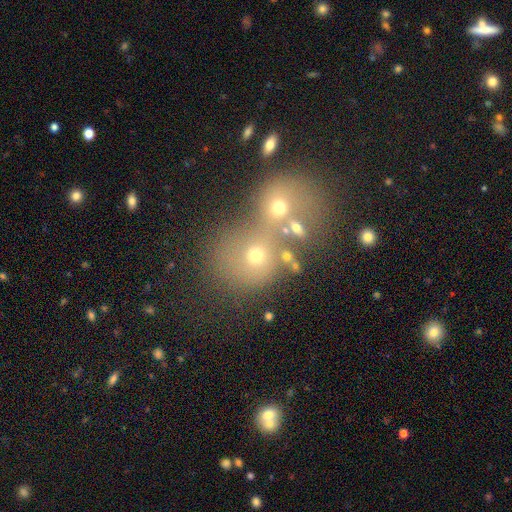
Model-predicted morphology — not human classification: Smooth or featured? Predicted: smooth (p=0.61). How rounded? Predicted: round (p=0.76). Merging? Predicted: merger (p=0.62).